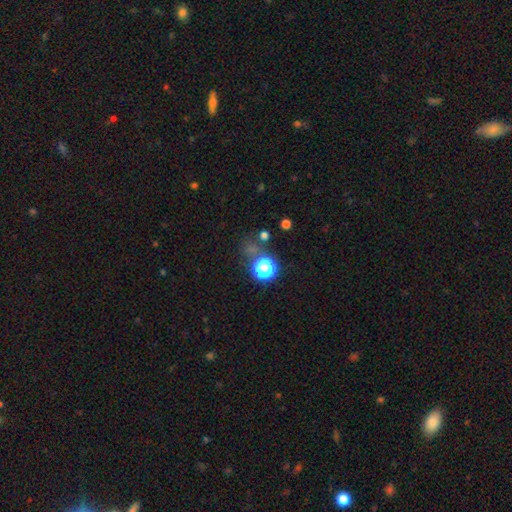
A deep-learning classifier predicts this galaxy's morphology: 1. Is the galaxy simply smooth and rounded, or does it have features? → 57% star or artifact, 32% smooth, 10% featured or disk.